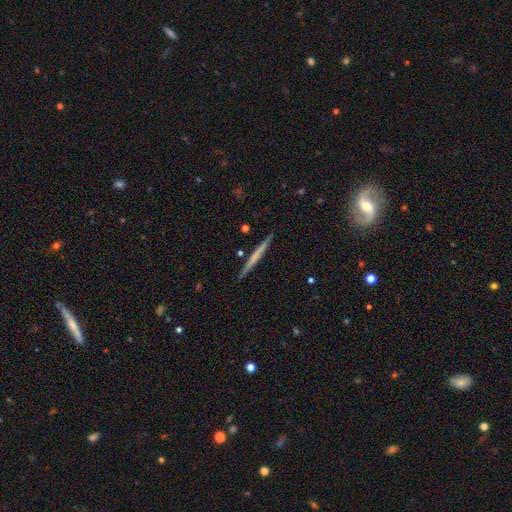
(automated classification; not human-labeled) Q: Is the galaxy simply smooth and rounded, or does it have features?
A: smooth — 48%.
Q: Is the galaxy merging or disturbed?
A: none — 91%.